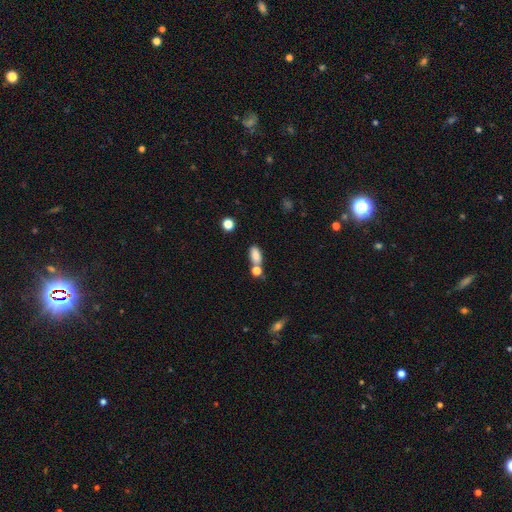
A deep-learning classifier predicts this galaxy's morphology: Overall: smooth (82%). How rounded: in between (85%). Merging: none (55%; merger 26%).